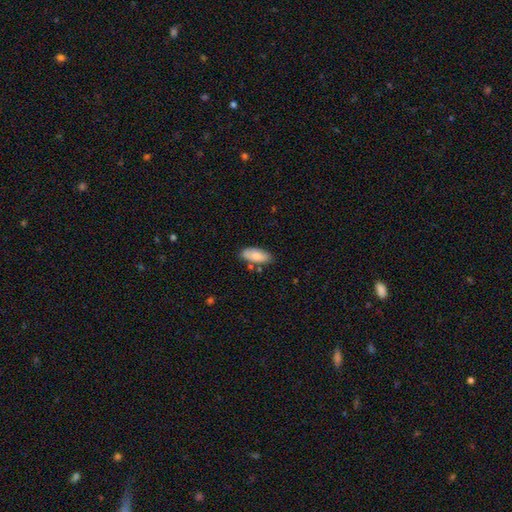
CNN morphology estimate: Smooth or featured? Predicted: smooth (p=0.81). How rounded? Predicted: in between (p=0.88). Merging? Predicted: none (p=0.73).